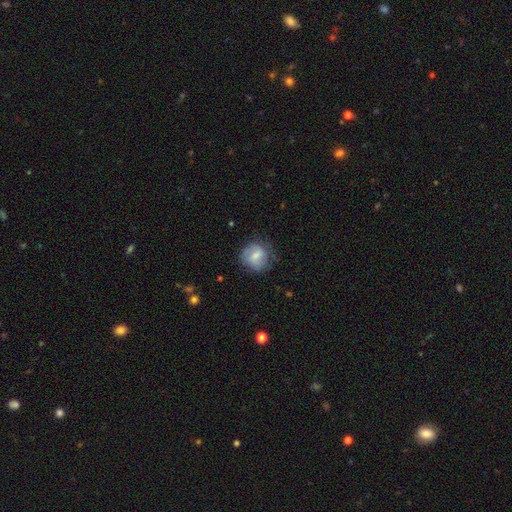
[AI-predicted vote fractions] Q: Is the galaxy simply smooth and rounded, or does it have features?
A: smooth — 57%.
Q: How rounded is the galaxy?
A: round — 82%.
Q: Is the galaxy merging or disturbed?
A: none — 68%.